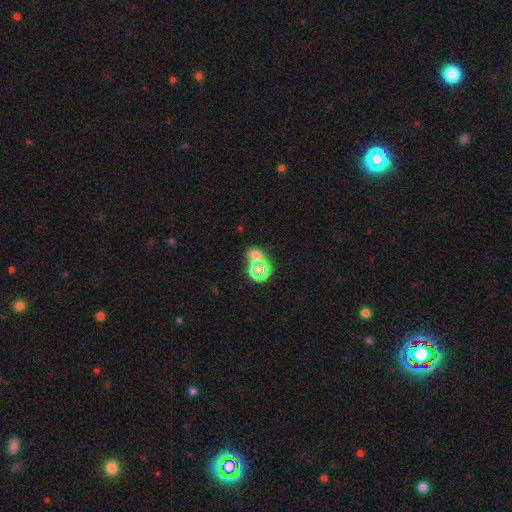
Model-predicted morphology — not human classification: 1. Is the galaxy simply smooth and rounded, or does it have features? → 53% smooth, 36% star or artifact, 11% featured or disk.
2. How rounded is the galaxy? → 65% round, 34% in between, 1% cigar-shaped.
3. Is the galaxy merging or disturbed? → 53% none, 32% merger, 9% minor disturbance, 5% major disturbance.